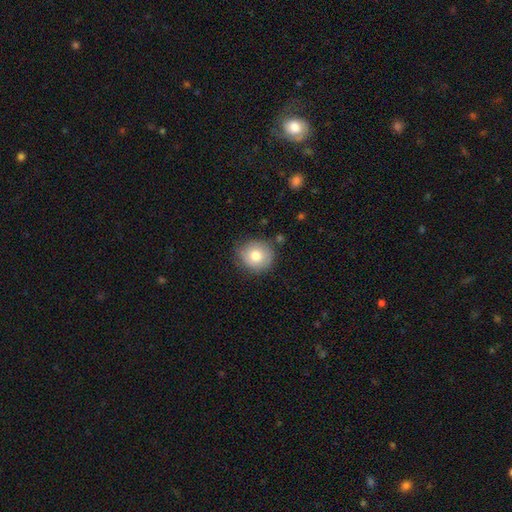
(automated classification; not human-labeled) Smooth or featured: smooth — 77% (featured or disk — 14%)
How rounded: round — 87% (in between — 12%)
Merging: none — 78% (minor disturbance — 17%)